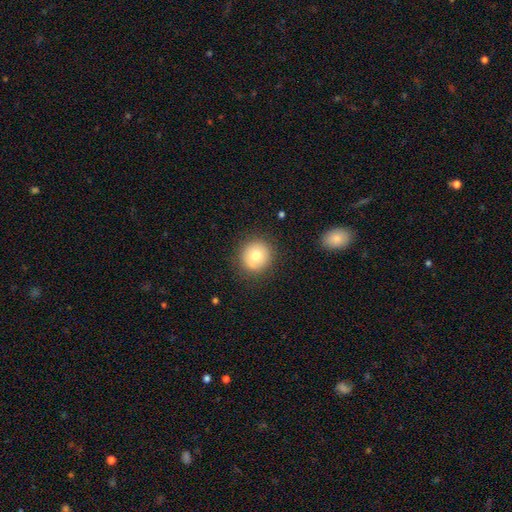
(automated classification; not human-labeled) Morphology: type=smooth (75%); roundness=round (91%); merging=none (84%).